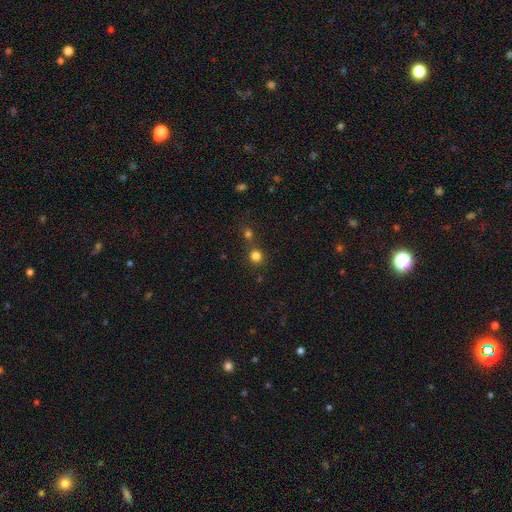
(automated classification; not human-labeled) smooth 79%, star or artifact 16%, featured or disk 5%. Down the decision tree: how rounded — round (89%); merging — none (69%).